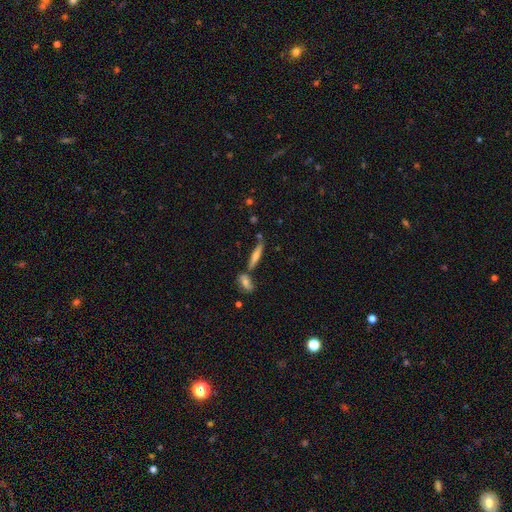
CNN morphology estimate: Smooth or featured? featured or disk (49%)
Merging? none (67%)